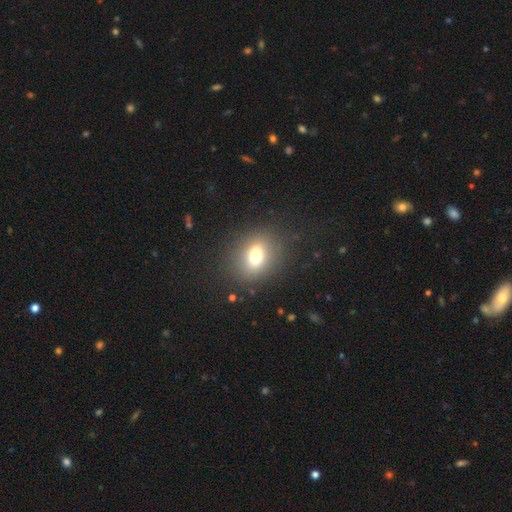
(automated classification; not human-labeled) A smooth galaxy with no disk features (72%) that is in between round and cigar-shaped (51%).

Vote fractions:
- Smooth or featured? smooth: 72% / featured or disk: 14% / star or artifact: 14%
- How rounded? in between: 51% / round: 48% / cigar-shaped: 2%
- Merging? none: 83% / minor disturbance: 10% / major disturbance: 6% / merger: 1%